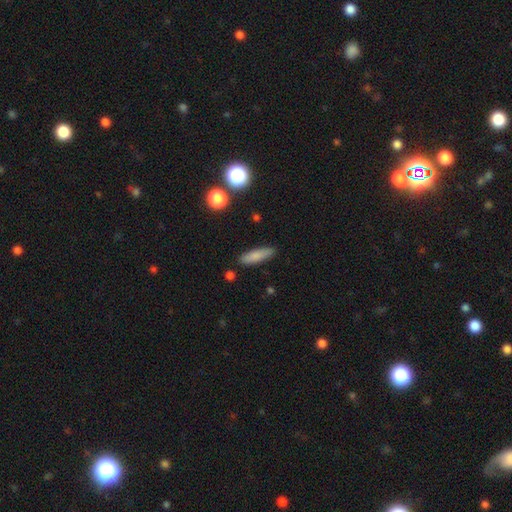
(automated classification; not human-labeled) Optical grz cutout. It shows a smooth galaxy with no disk features (80%) that is cigar-shaped (63%). Merging: none (86%).